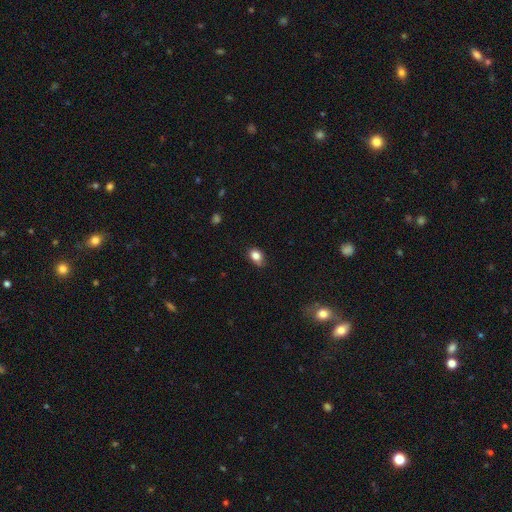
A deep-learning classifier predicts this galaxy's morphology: Smooth or featured? Predicted: smooth (p=0.82). How rounded? Predicted: in between (p=0.68). Merging? Predicted: none (p=0.64).